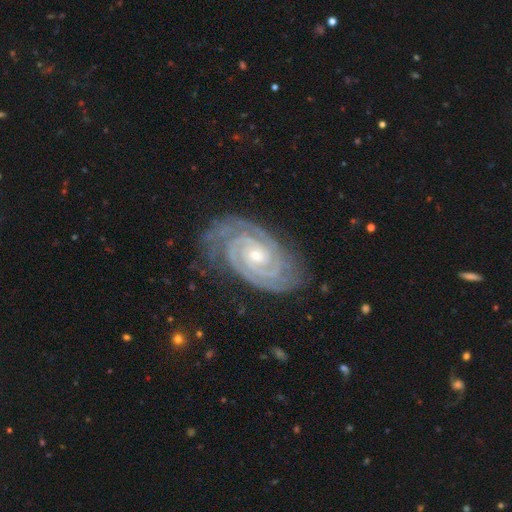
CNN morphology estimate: A featured or disk galaxy (93%) with no bar (66%), 2 (61%) tight (86%) spiral arms (99%) and a small central bulge (62%).

Vote fractions:
- Smooth or featured? featured or disk: 93% / star or artifact: 5% / smooth: 3%
- Edge-on disk? no: 97% / yes: 3%
- Bar? no: 66% / weak: 23% / strong: 11%
- Spiral arms? yes: 99% / no: 1%
- Spiral winding? tight: 86% / medium: 13% / loose: 2%
- Spiral arm count? 2: 61% / 3: 17% / 4: 7% / can't tell: 7% / more than 4: 4% / 1: 4%
- Bulge size? small: 62% / moderate: 35% / large: 1% / none: 1% / dominant: 1%
- Merging? none: 80% / minor disturbance: 15% / major disturbance: 4% / merger: 1%